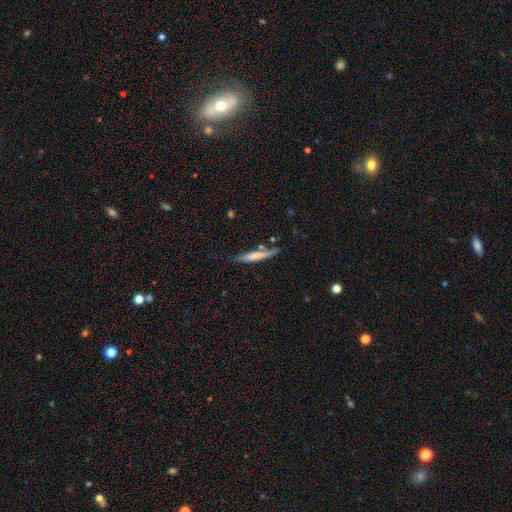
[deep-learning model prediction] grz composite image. It shows a smooth galaxy with no disk features (66%) that is cigar-shaped (92%). Merging: none (71%).